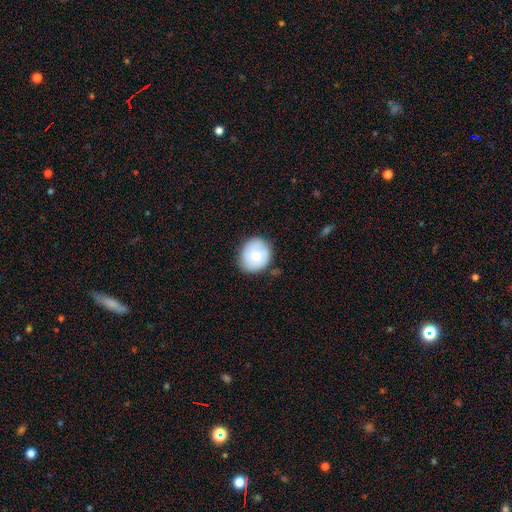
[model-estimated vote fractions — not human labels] Smooth or featured?
  - smooth: 69% *
  - featured or disk: 24%
  - star or artifact: 7%
How rounded?
  - round: 76% *
  - in between: 23%
  - cigar-shaped: 1%
Merging?
  - none: 76% *
  - minor disturbance: 18%
  - major disturbance: 4%
  - merger: 2%